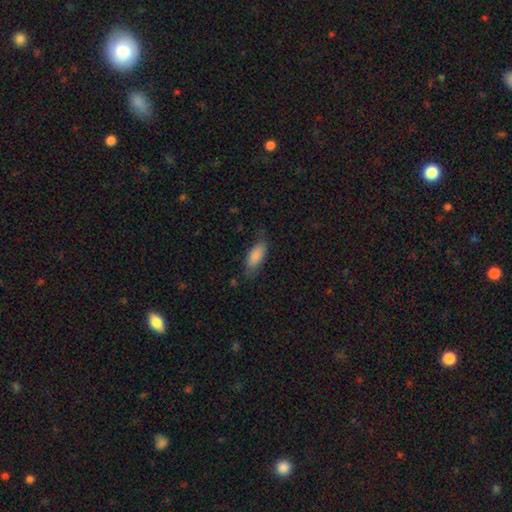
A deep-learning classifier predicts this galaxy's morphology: Smooth or featured? smooth (86%)
How rounded? in between (77%)
Merging? none (71%)